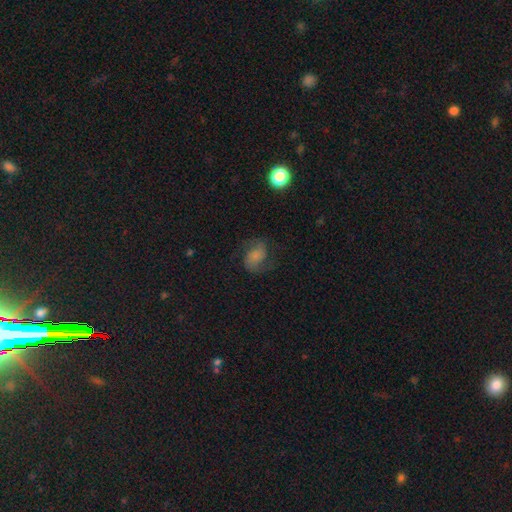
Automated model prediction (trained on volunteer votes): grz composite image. It shows a featured or disk galaxy (59%) with no bar (59%), 2 (90%) medium (48%) spiral arms (92%) and no central bulge (32%). Merging: none (67%).